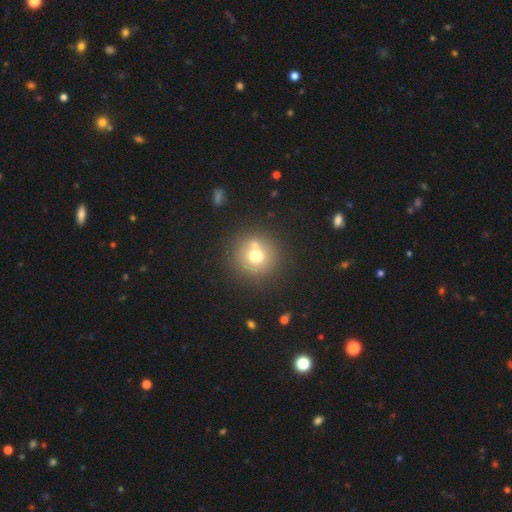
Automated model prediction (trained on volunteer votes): Smooth or featured? Predicted: smooth (p=0.70). How rounded? Predicted: round (p=0.93). Merging? Predicted: none (p=0.68).